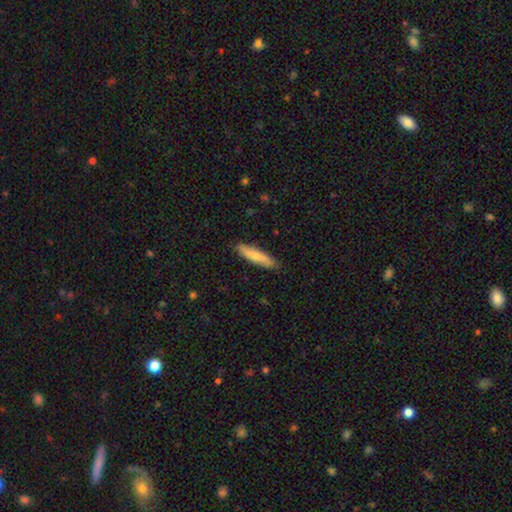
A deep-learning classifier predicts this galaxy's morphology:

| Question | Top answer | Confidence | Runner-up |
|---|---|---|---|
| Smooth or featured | smooth | 68% | featured or disk (27%) |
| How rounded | cigar-shaped | 83% | in between (16%) |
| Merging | none | 87% | minor disturbance (10%) |